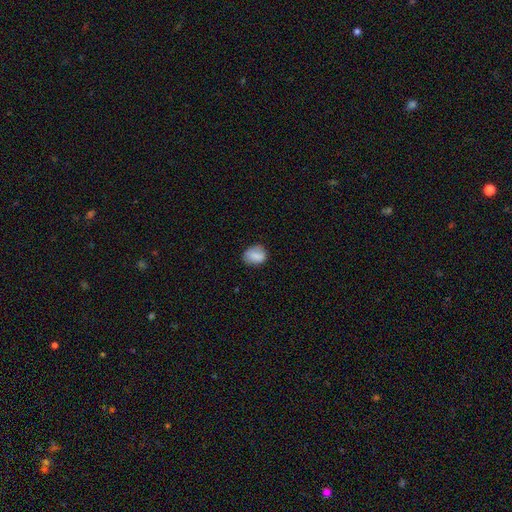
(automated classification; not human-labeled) A smooth galaxy with no disk features (83%) that is in between round and cigar-shaped (55%).

Vote fractions:
- Smooth or featured? smooth: 83% / featured or disk: 9% / star or artifact: 8%
- How rounded? in between: 55% / round: 44% / cigar-shaped: 1%
- Merging? none: 74% / minor disturbance: 20% / major disturbance: 5% / merger: 1%